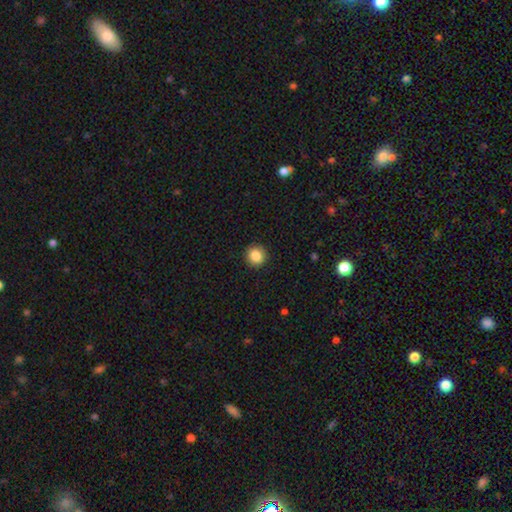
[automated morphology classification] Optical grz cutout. It shows a smooth galaxy with no disk features (86%) that is round (89%). Merging: none (91%).